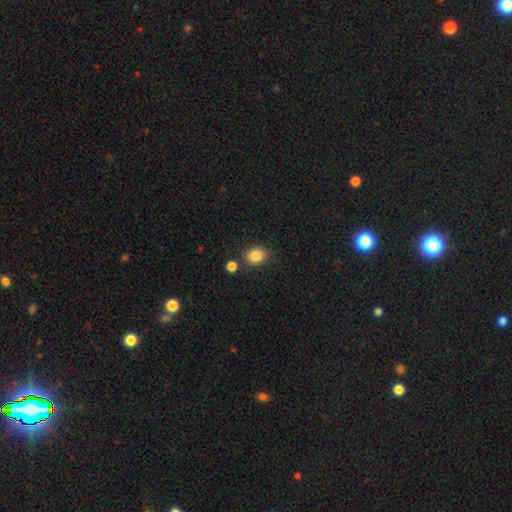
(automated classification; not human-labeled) Smooth or featured: smooth — 85% (star or artifact — 10%)
How rounded: round — 55% (in between — 44%)
Merging: none — 78% (minor disturbance — 11%)